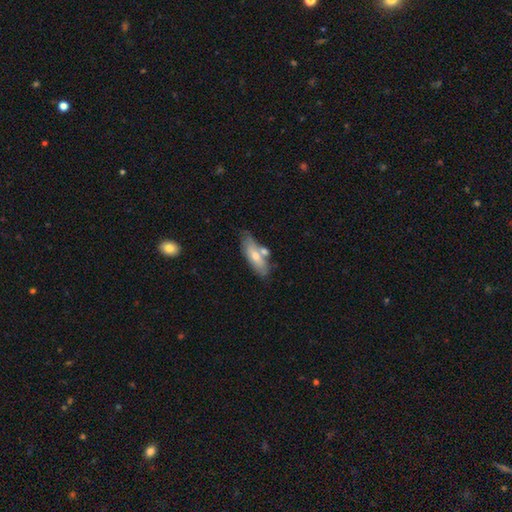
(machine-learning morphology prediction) This appears to be a smooth galaxy with no disk features (57%) that is in between round and cigar-shaped (56%). Merging: none (63%).